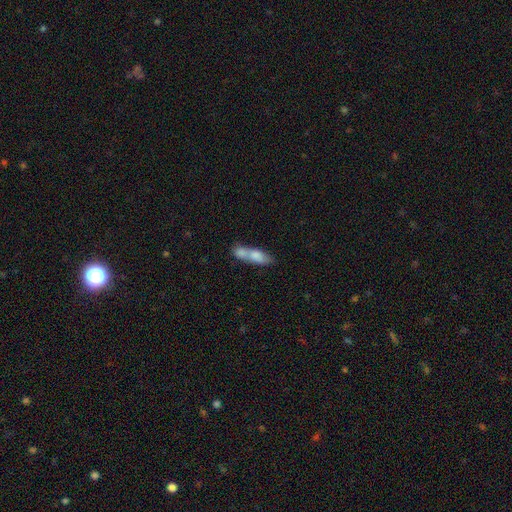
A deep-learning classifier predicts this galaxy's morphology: Smooth or featured? Predicted: smooth (p=0.72). How rounded? Predicted: in between (p=0.55). Merging? Predicted: merger (p=0.57).